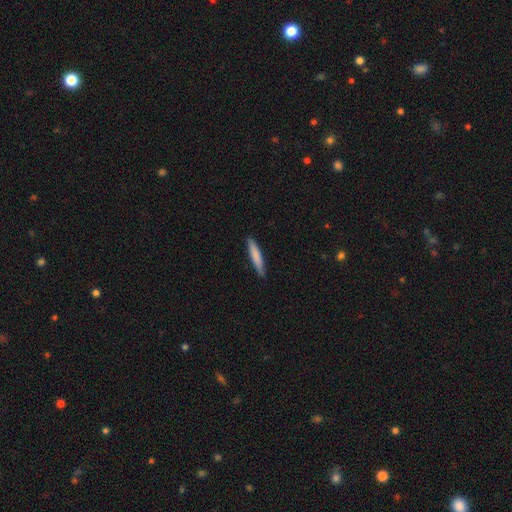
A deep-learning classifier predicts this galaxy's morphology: smooth 78%, featured or disk 17%, star or artifact 5%. Down the decision tree: how rounded — cigar-shaped (92%); merging — none (87%).